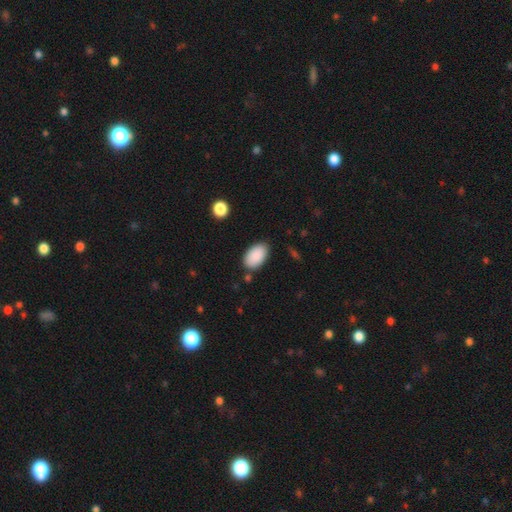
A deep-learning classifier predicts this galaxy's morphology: smooth_or_featured: smooth (p=0.90) [alt: star or artifact p=0.06]
how_rounded: in between (p=0.94) [alt: round p=0.04]
merging: none (p=0.83) [alt: minor disturbance p=0.12]